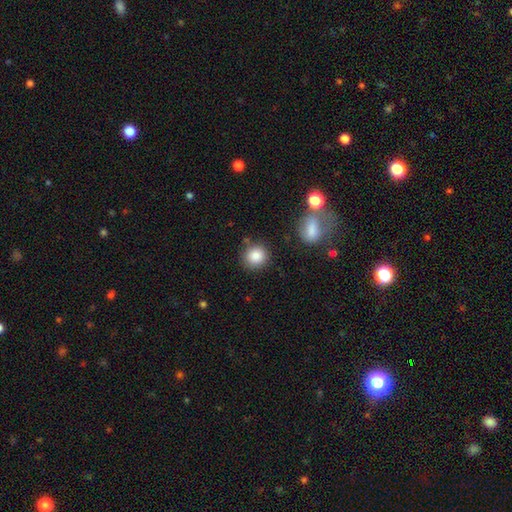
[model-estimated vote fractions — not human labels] This appears to be a smooth galaxy with no disk features (86%) that is round (89%). Merging: none (82%).